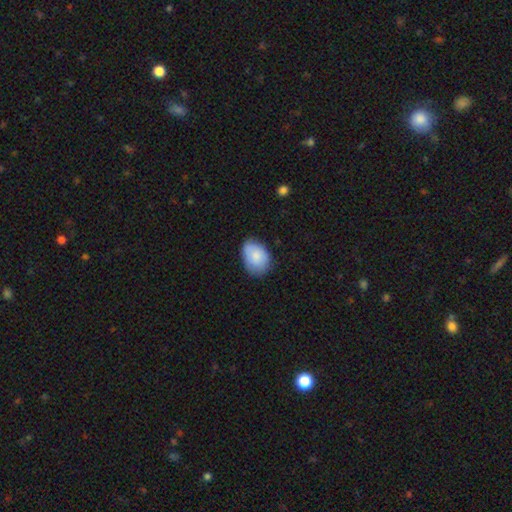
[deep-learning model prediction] A smooth galaxy with no disk features (82%) that is in between round and cigar-shaped (82%).

Vote fractions:
- Smooth or featured? smooth: 82% / featured or disk: 12% / star or artifact: 7%
- How rounded? in between: 82% / round: 17% / cigar-shaped: 1%
- Merging? none: 68% / minor disturbance: 26% / major disturbance: 5% / merger: 1%